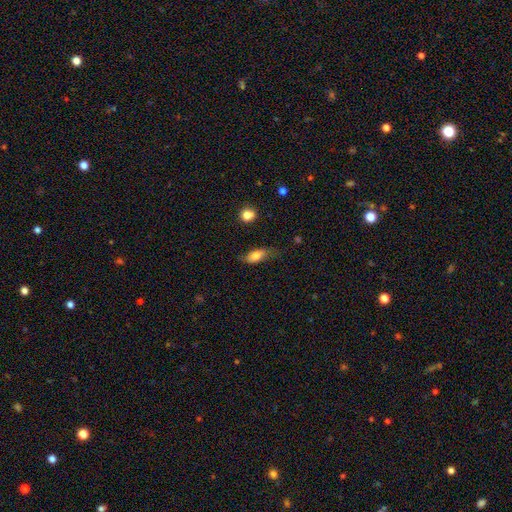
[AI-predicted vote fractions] A smooth galaxy with no disk features (74%) that is in between round and cigar-shaped (83%). Merging: none (60%).